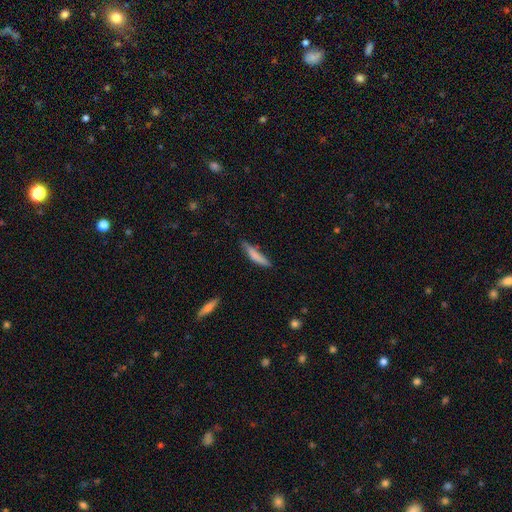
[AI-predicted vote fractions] The model was most divided on "merging": none: 61%, minor disturbance: 29%, major disturbance: 7%, merger: 3%. More confident: how rounded — cigar-shaped (84%); smooth or featured — smooth (77%).